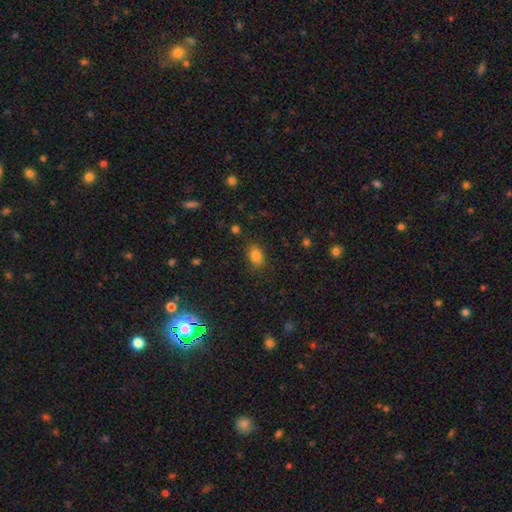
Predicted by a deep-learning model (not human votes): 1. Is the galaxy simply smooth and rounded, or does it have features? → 82% smooth, 12% star or artifact, 6% featured or disk.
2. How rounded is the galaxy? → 76% in between, 22% round, 2% cigar-shaped.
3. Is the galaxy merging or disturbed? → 82% none, 13% minor disturbance, 3% major disturbance, 2% merger.